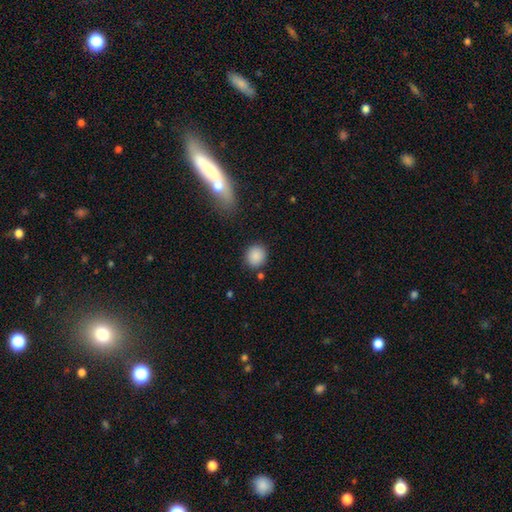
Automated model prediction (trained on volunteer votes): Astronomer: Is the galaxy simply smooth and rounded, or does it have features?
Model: smooth — 88%.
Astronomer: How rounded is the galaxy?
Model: round — 86%.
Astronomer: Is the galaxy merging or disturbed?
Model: none — 84%.